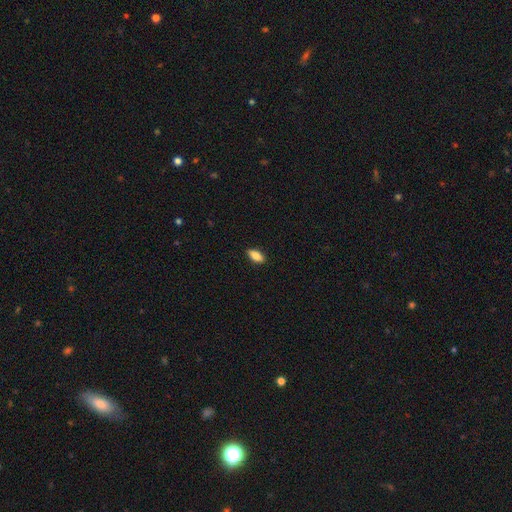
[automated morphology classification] smooth-or-featured: smooth: 83% | featured or disk: 10% | star or artifact: 7%
  how-rounded: in between: 85% | cigar-shaped: 12% | round: 3%
  merging: none: 88% | minor disturbance: 9% | major disturbance: 2% | merger: 1%